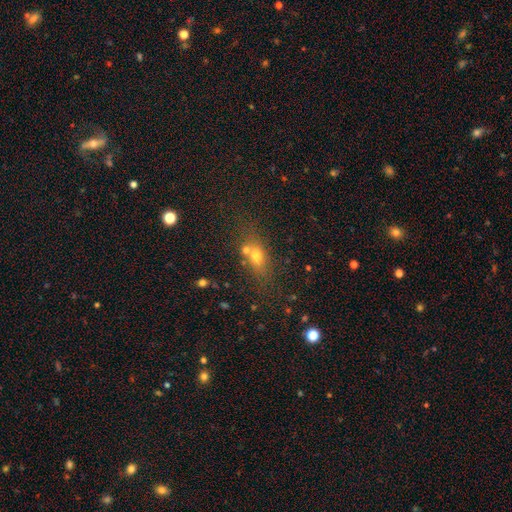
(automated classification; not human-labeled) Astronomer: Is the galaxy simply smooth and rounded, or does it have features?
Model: smooth — 66%.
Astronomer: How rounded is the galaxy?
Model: in between — 61%.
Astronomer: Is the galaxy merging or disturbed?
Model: none — 56%.